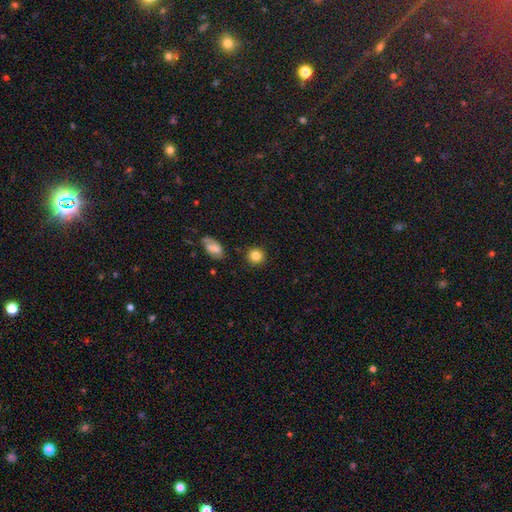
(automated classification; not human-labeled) Smooth or featured? smooth (84%)
How rounded? round (91%)
Merging? none (89%)